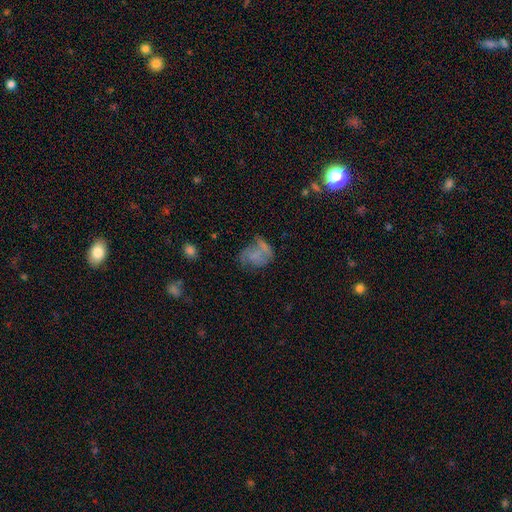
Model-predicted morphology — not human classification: type=smooth (48%); merging=none (34%).